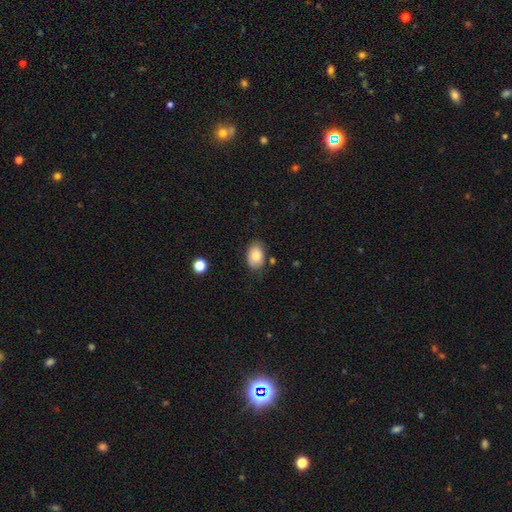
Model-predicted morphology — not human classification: Overall: smooth (79%). How rounded: in between (85%). Merging: none (75%).